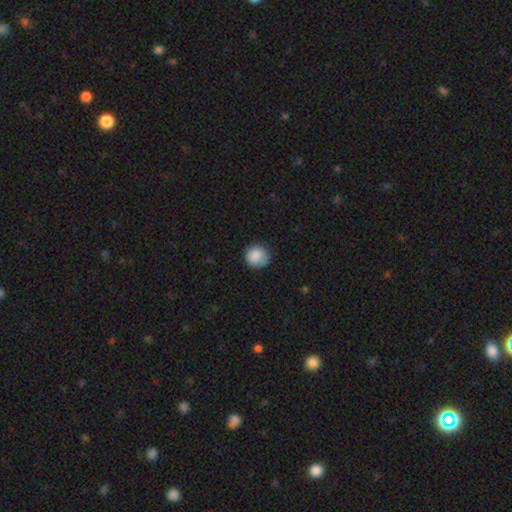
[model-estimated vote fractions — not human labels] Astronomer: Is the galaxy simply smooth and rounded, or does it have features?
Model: smooth — 88%.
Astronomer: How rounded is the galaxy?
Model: round — 89%.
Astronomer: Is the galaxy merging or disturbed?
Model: none — 78%.